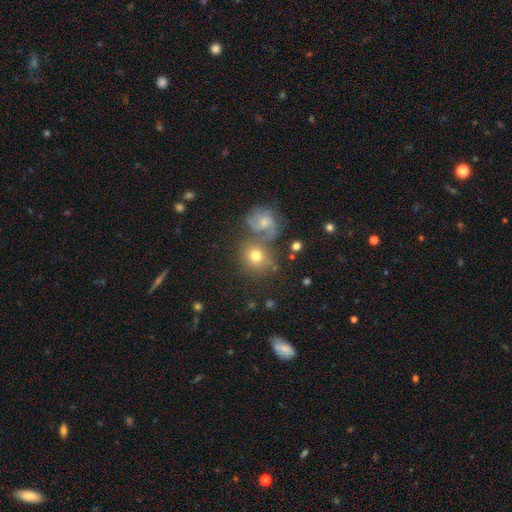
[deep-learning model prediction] smooth_or_featured: smooth (p=0.67) [alt: featured or disk p=0.21]
how_rounded: round (p=0.80) [alt: in between p=0.19]
merging: none (p=0.52) [alt: merger p=0.29]